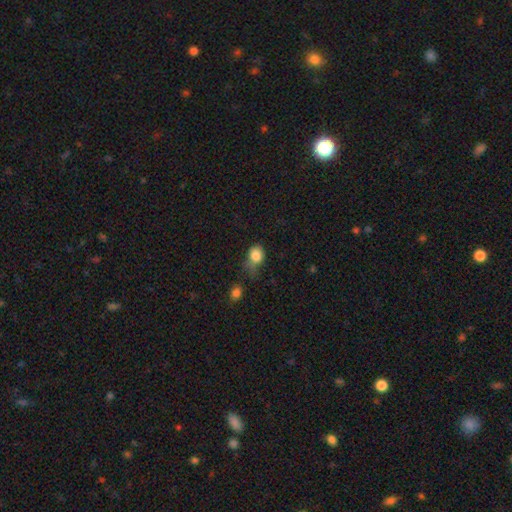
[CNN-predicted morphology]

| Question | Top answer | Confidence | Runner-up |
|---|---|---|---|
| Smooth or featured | smooth | 83% | star or artifact (10%) |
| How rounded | round | 54% | in between (45%) |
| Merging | minor disturbance | 36% | none (35%) |